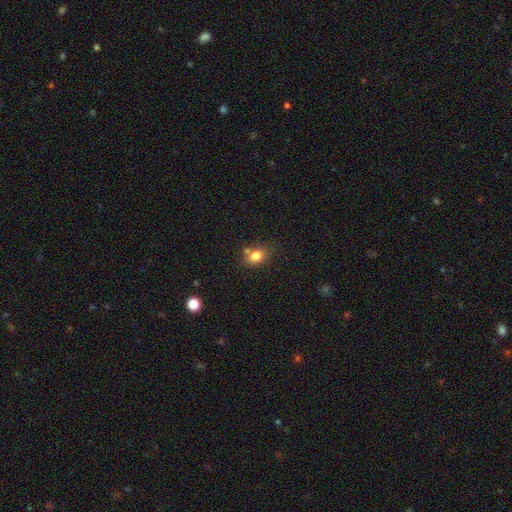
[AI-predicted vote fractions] smooth-or-featured: smooth: 80% | star or artifact: 11% | featured or disk: 9%
  how-rounded: in between: 53% | round: 46% | cigar-shaped: 1%
  merging: none: 64% | minor disturbance: 16% | merger: 16% | major disturbance: 4%